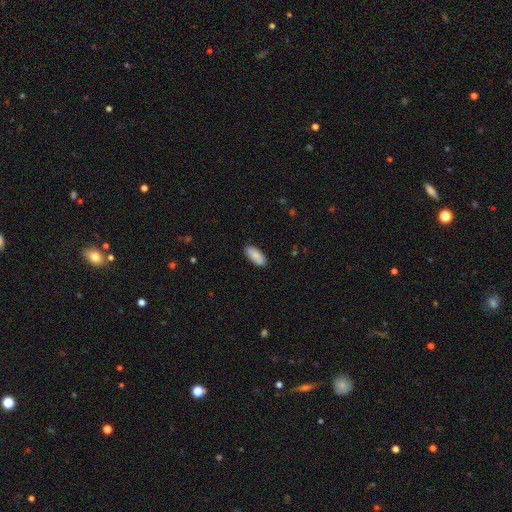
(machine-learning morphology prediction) Smooth or featured?
  - smooth: 82% *
  - featured or disk: 12%
  - star or artifact: 6%
How rounded?
  - in between: 88% *
  - cigar-shaped: 10%
  - round: 2%
Merging?
  - none: 86% *
  - minor disturbance: 11%
  - major disturbance: 2%
  - merger: 1%